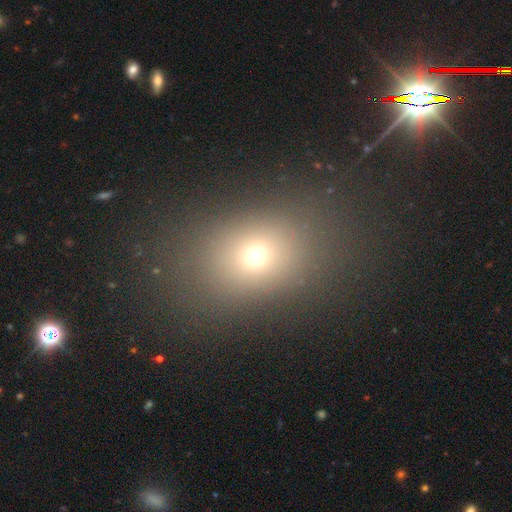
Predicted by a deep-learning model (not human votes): Q: Smooth or featured?
A: smooth (67%); runner-up: star or artifact (22%)
Q: How rounded?
A: in between (57%); runner-up: round (41%)
Q: Merging?
A: none (84%); runner-up: minor disturbance (9%)